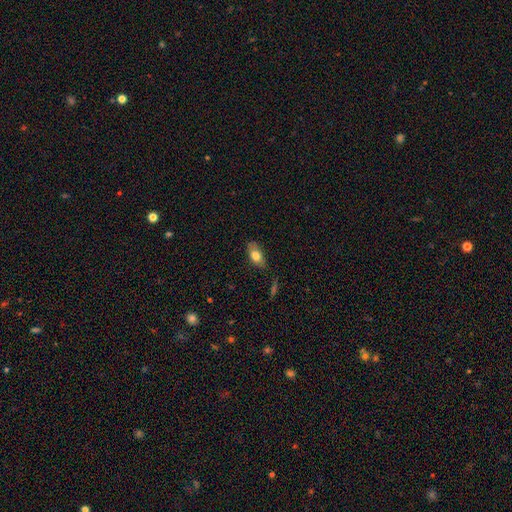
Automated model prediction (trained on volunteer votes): Smooth or featured? Predicted: smooth (p=0.76). How rounded? Predicted: in between (p=0.88). Merging? Predicted: none (p=0.73).